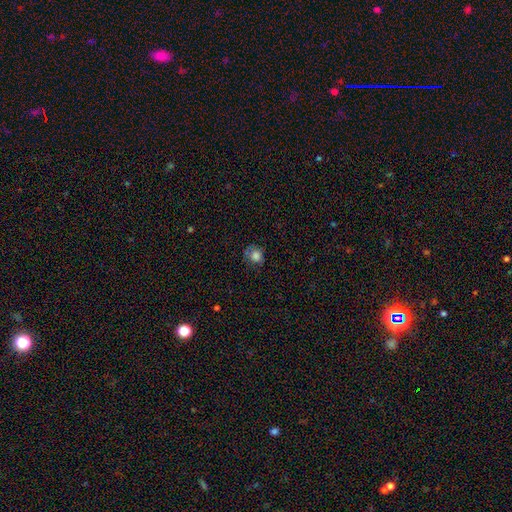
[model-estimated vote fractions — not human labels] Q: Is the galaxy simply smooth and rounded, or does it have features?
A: smooth — 78%.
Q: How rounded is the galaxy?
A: round — 77%.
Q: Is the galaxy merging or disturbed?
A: none — 61%.